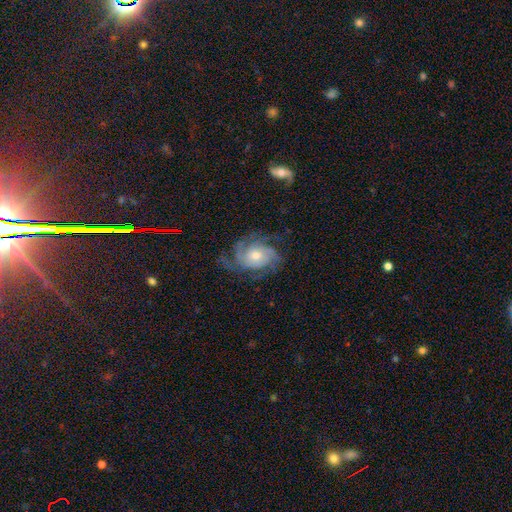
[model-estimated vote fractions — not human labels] smooth_or_featured: featured or disk (p=0.86) [alt: smooth p=0.08]
disk_edge_on: no (p=0.97) [alt: yes p=0.03]
bar: no (p=0.76) [alt: weak p=0.20]
has_spiral_arms: yes (p=0.97) [alt: no p=0.03]
spiral_winding: tight (p=0.52) [alt: medium p=0.38]
spiral_arm_count: 3 (p=0.35) [alt: 4 p=0.20]
bulge_size: moderate (p=0.52) [alt: small p=0.42]
merging: none (p=0.70) [alt: minor disturbance p=0.18]